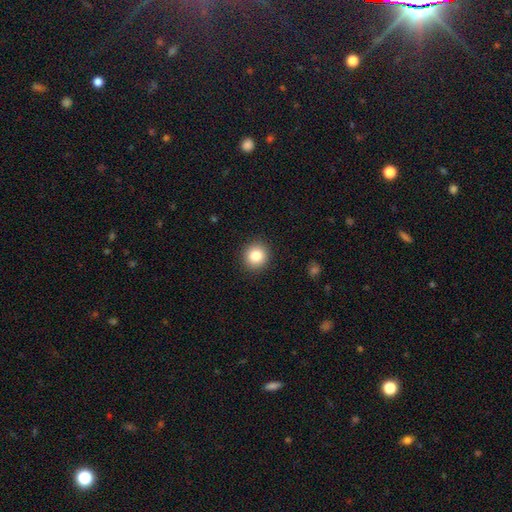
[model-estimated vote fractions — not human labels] smooth-or-featured: smooth: 84% | star or artifact: 10% | featured or disk: 6%
  how-rounded: round: 91% | in between: 8% | cigar-shaped: 1%
  merging: none: 92% | minor disturbance: 5% | major disturbance: 2% | merger: 1%